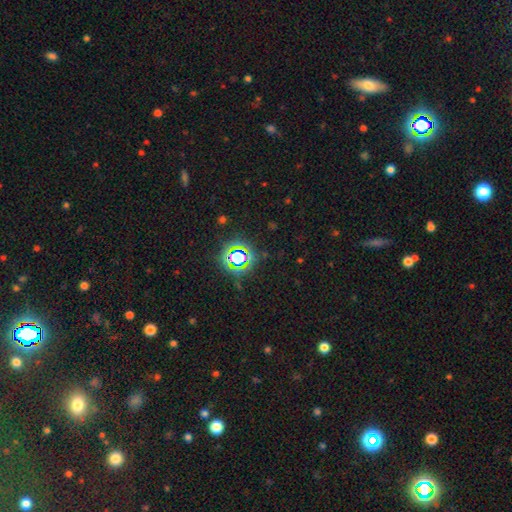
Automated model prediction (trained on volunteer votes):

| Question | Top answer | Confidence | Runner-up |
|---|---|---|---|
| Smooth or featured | star or artifact | 79% | smooth (14%) |